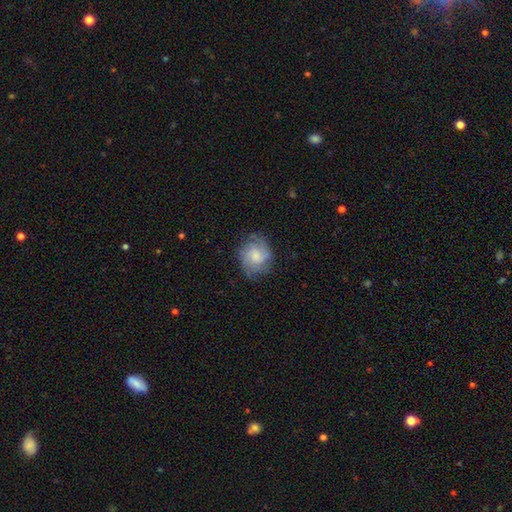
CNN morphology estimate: type=featured or disk (59%); edge-on=no (98%); bar=no (66%); spiral arms=yes (88%); winding=tight (42%, tied with medium); arm count=can't tell (32%, tied with 2); bulge=small (46%); merging=none (71%).